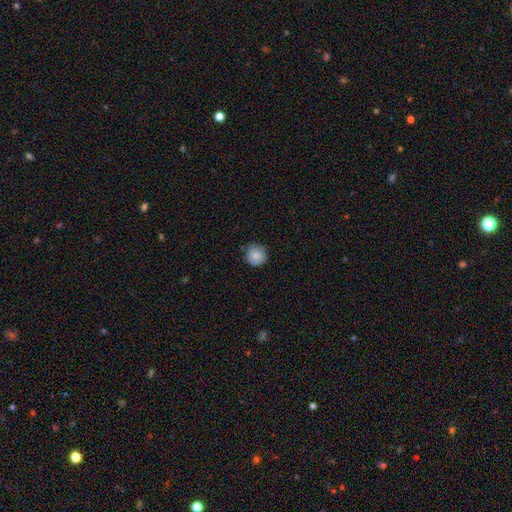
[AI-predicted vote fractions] smooth_or_featured: smooth (p=0.85) [alt: star or artifact p=0.08]
how_rounded: round (p=0.93) [alt: in between p=0.06]
merging: none (p=0.82) [alt: minor disturbance p=0.14]